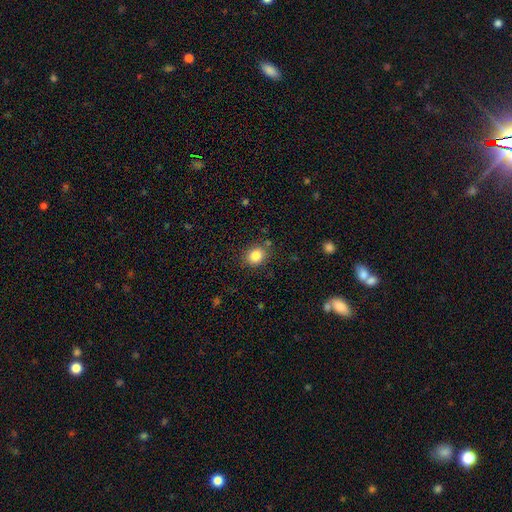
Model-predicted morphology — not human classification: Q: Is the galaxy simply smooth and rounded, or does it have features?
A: smooth — 84%.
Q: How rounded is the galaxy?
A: round — 66%.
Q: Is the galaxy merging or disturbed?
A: none — 84%.